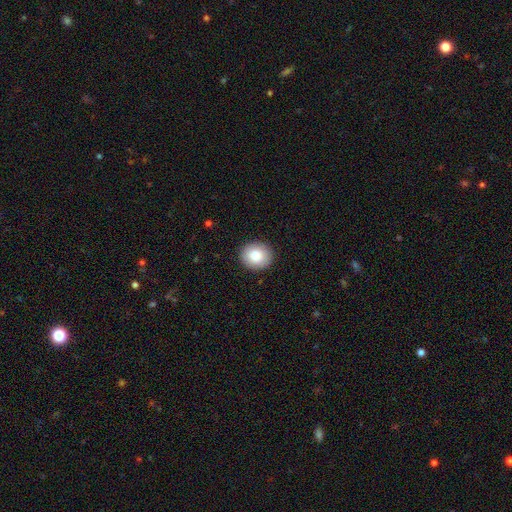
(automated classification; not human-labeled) smooth 85%, star or artifact 8%, featured or disk 7%. Down the decision tree: how rounded — round (73%); merging — none (91%).